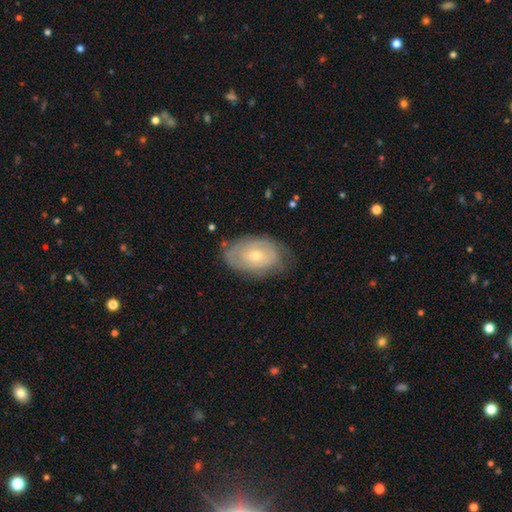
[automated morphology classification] type=featured or disk (61%); edge-on=no (93%); bar=no (72%); spiral arms=yes (67%); bulge=small (54%); merging=none (69%).